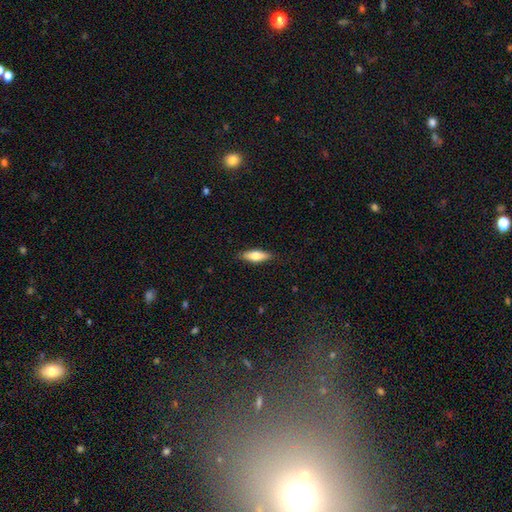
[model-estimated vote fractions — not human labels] Morphology: type=smooth (66%); roundness=cigar-shaped (49%, tied with in between); merging=none (87%).